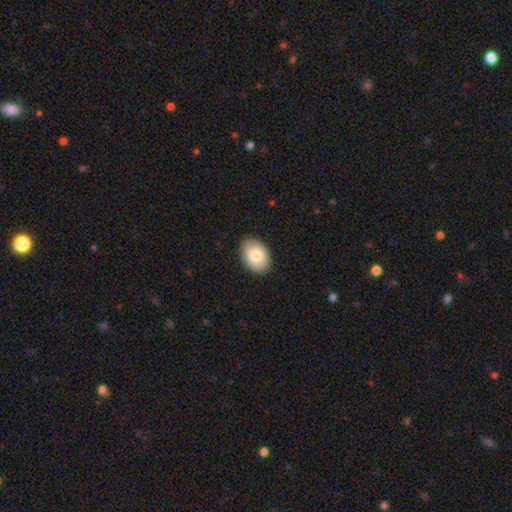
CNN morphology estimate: Overall: smooth (79%). How rounded: in between (84%). Merging: none (88%).